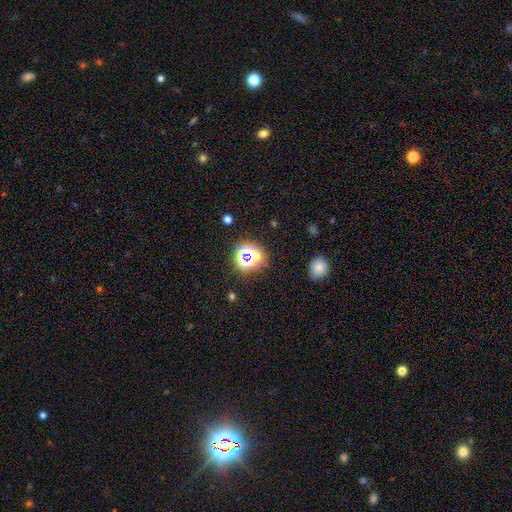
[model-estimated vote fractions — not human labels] A star or artifact, not a galaxy (64%).

Vote fractions:
- Smooth or featured? star or artifact: 64% / smooth: 26% / featured or disk: 10%